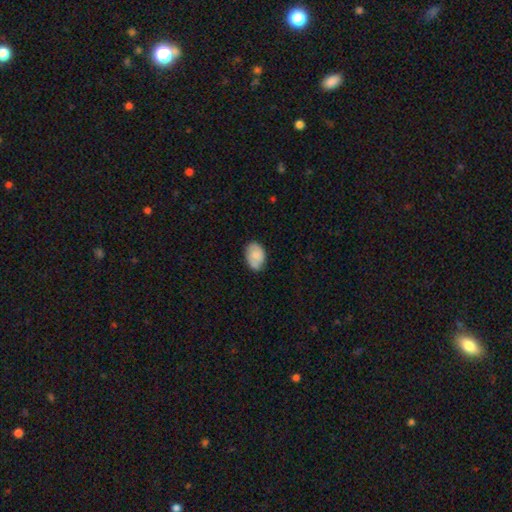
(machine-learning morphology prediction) Smooth or featured?
  - smooth: 74% *
  - featured or disk: 19%
  - star or artifact: 7%
How rounded?
  - in between: 85% *
  - round: 14%
  - cigar-shaped: 1%
Merging?
  - none: 69% *
  - minor disturbance: 24%
  - major disturbance: 4%
  - merger: 3%